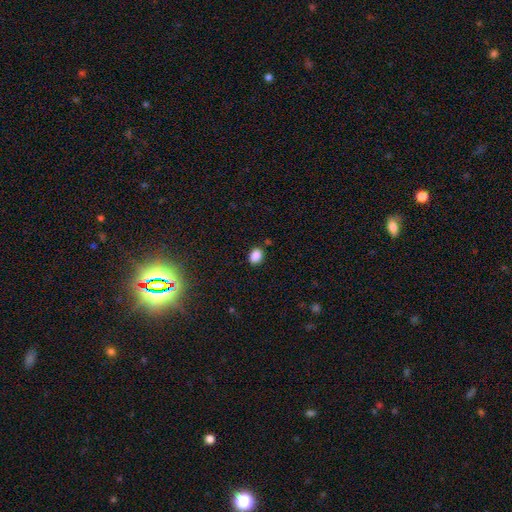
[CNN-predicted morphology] smooth-or-featured: smooth: 87% | star or artifact: 10% | featured or disk: 3%
  how-rounded: in between: 67% | round: 32% | cigar-shaped: 1%
  merging: none: 83% | minor disturbance: 12% | major disturbance: 3% | merger: 3%